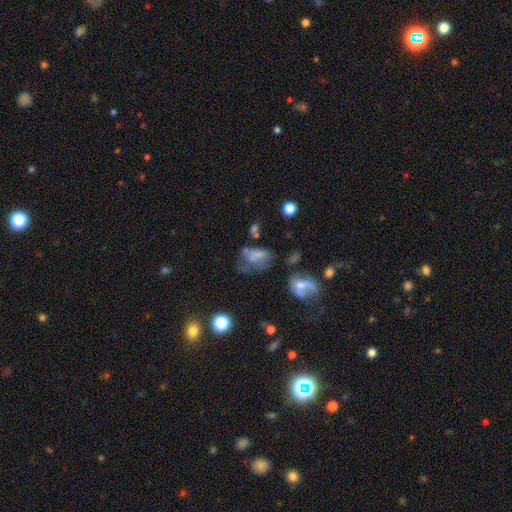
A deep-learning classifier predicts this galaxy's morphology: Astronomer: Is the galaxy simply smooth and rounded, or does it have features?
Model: smooth — 55% (runner-up: featured or disk, 30%).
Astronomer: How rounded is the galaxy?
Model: in between — 80%.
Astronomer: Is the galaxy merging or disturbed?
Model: major disturbance — 35% (runner-up: none, 27%).